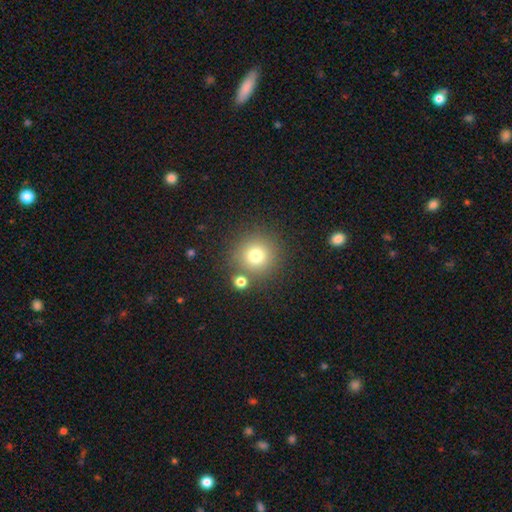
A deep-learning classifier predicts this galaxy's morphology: smooth 76%, star or artifact 15%, featured or disk 10%. Down the decision tree: how rounded — round (94%); merging — none (79%).